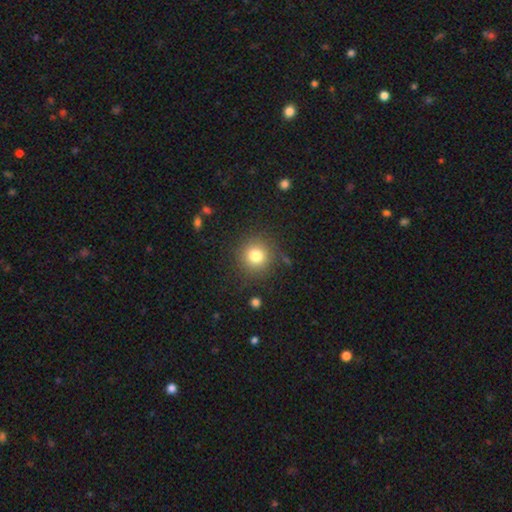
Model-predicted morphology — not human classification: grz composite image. It shows a smooth galaxy with no disk features (79%) that is round (94%). Merging: none (87%).